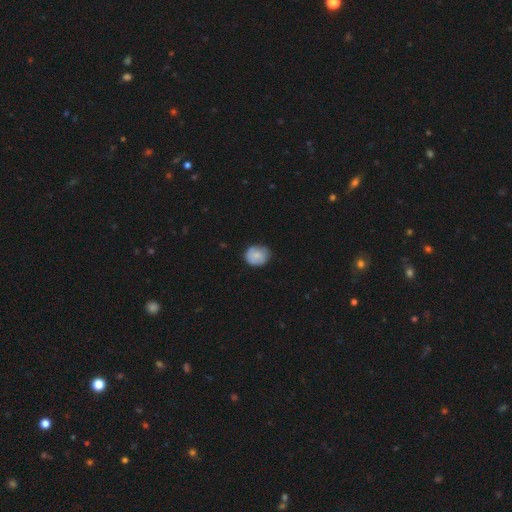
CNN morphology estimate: Smooth or featured: smooth — 73% (featured or disk — 20%)
How rounded: round — 67% (in between — 32%)
Merging: none — 71% (minor disturbance — 23%)